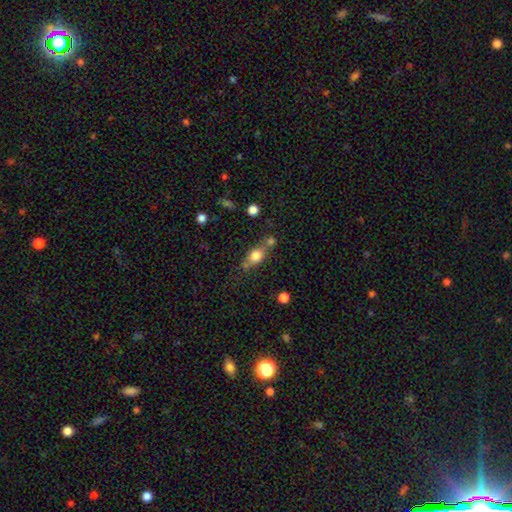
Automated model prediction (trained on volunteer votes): Smooth or featured?
  - smooth: 76% *
  - featured or disk: 14%
  - star or artifact: 10%
How rounded?
  - in between: 59% *
  - round: 33%
  - cigar-shaped: 8%
Merging?
  - none: 49% *
  - merger: 29%
  - minor disturbance: 16%
  - major disturbance: 6%